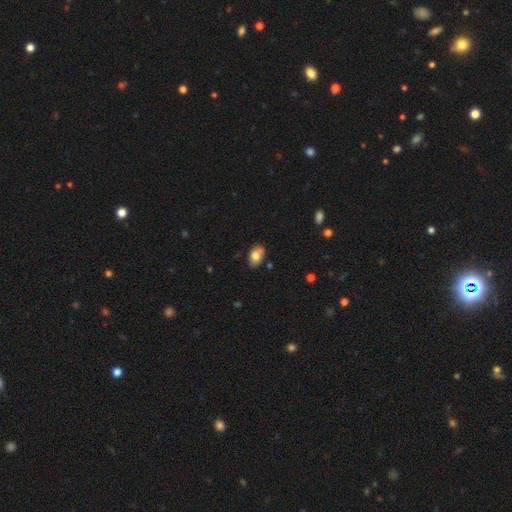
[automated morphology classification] Smooth or featured? smooth (77%)
How rounded? in between (90%)
Merging? none (82%)